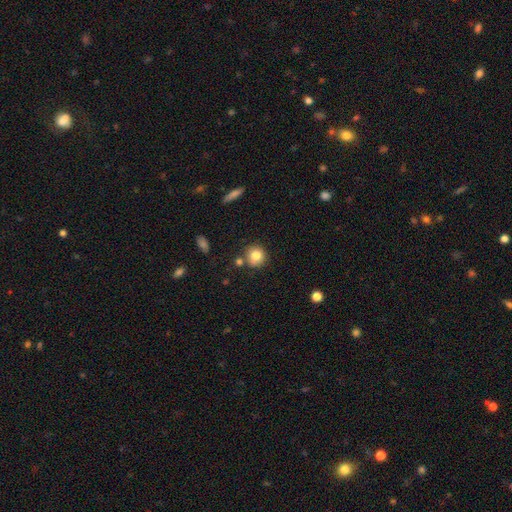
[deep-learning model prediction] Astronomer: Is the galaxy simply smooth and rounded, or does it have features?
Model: smooth — 80%.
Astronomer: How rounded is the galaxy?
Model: round — 89%.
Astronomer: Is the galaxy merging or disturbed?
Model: none — 77%.